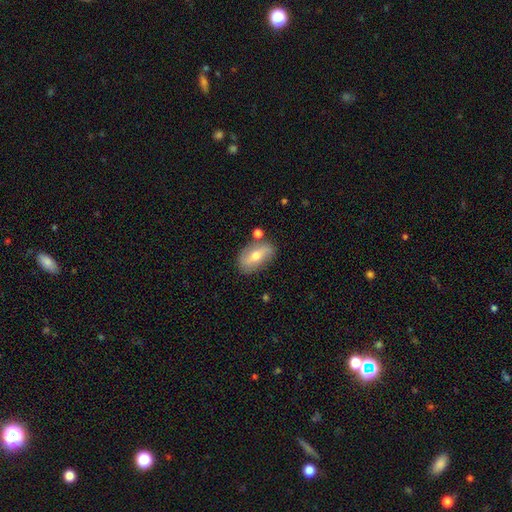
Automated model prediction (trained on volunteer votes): Smooth or featured? Predicted: featured or disk (p=0.47). Merging? Predicted: none (p=0.74).